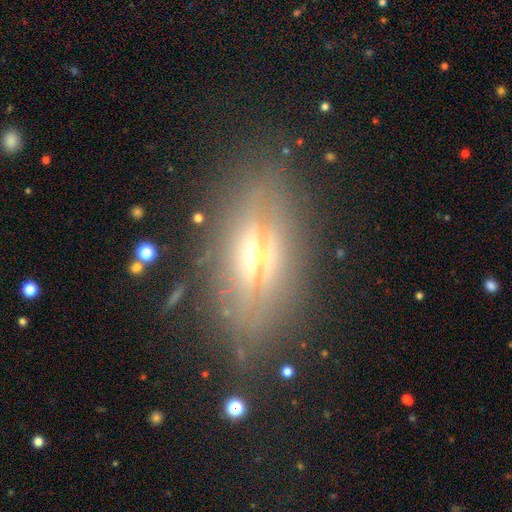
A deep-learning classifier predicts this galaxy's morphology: featured or disk 66%, smooth 22%, star or artifact 12%. Down the decision tree: edge-on disk — yes (79%); edge-on bulge — rounded (91%); merging — none (76%).